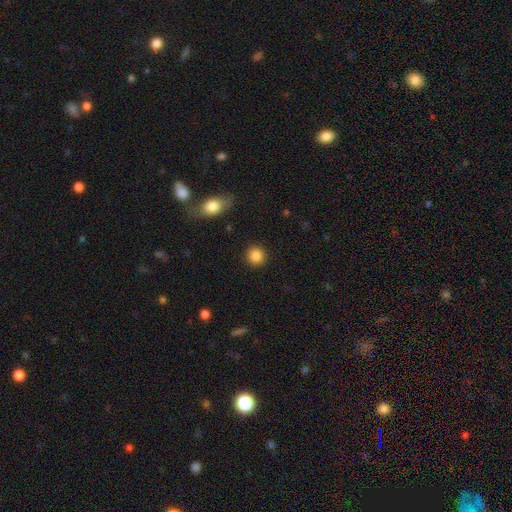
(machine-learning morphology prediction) Overall: smooth (87%). How rounded: round (93%). Merging: none (91%).